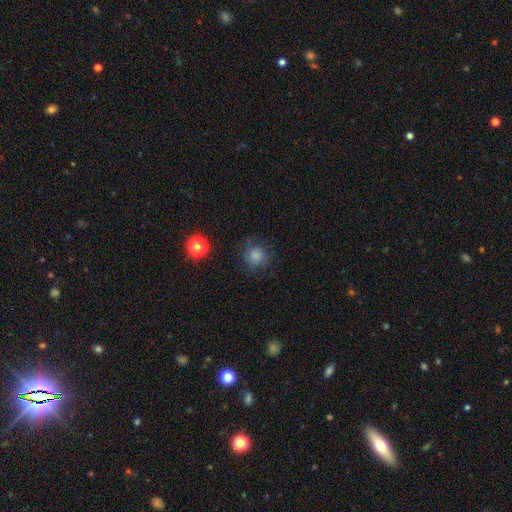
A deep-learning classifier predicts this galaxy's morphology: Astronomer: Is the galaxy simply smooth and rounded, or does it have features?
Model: smooth — 73%.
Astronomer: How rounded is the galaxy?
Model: round — 89%.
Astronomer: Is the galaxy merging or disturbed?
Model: none — 74%.